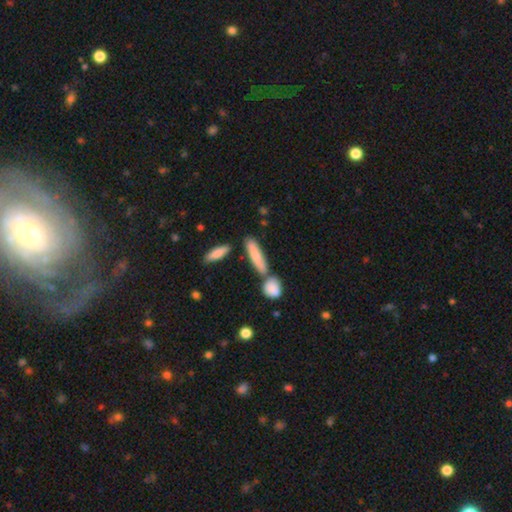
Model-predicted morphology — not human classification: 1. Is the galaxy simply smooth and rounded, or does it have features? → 77% smooth, 17% featured or disk, 6% star or artifact.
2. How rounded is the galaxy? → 71% cigar-shaped, 26% in between, 3% round.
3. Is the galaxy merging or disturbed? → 65% none, 18% merger, 13% minor disturbance, 4% major disturbance.